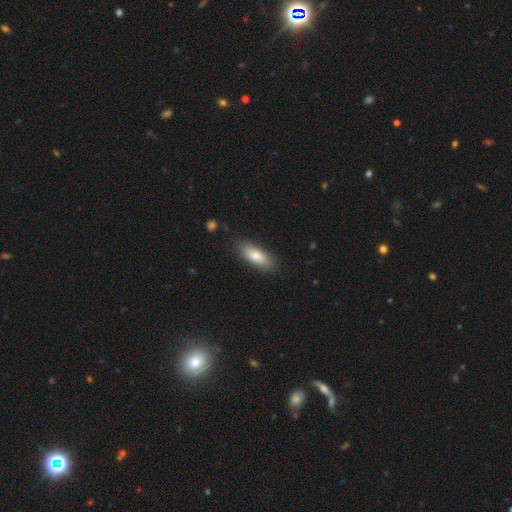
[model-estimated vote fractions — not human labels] This appears to be a smooth galaxy with no disk features (82%) that is in between round and cigar-shaped (71%). Merging: none (86%).